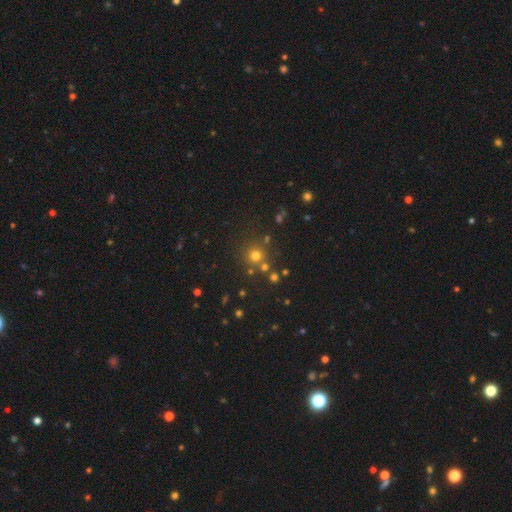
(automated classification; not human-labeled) Overall: smooth (70%). How rounded: round (93%). Merging: none (76%).